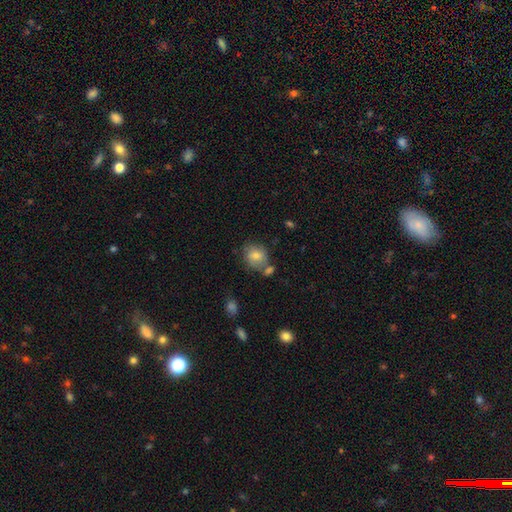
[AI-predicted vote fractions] A smooth galaxy with no disk features (76%) that is round (58%). Merging: none (56%).